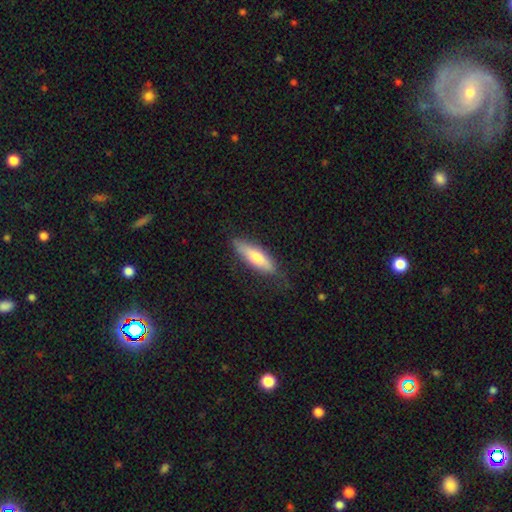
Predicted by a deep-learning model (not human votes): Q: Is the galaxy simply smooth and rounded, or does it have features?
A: smooth — 60%.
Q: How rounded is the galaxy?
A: cigar-shaped — 63%.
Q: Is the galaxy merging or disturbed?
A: none — 77%.